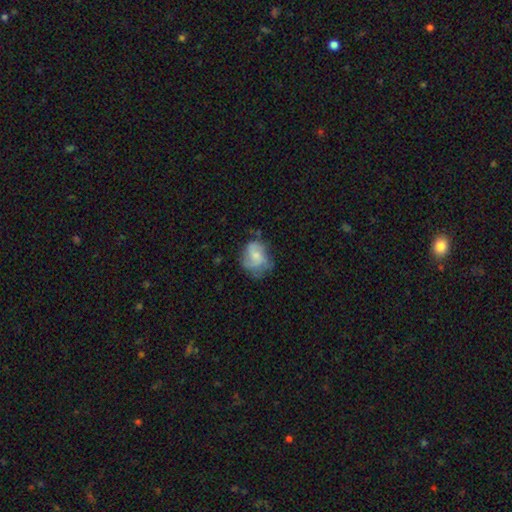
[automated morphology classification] Smooth or featured: smooth — 50% (featured or disk — 42%)
Merging: none — 48% (minor disturbance — 30%)